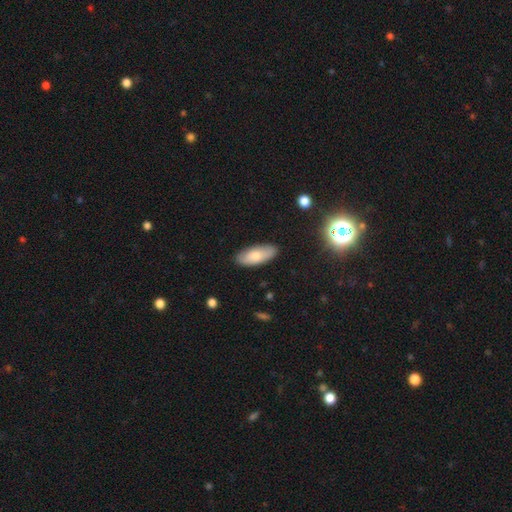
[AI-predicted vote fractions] smooth-or-featured: smooth: 73% | featured or disk: 20% | star or artifact: 7%
  how-rounded: in between: 84% | cigar-shaped: 14% | round: 2%
  merging: none: 84% | minor disturbance: 13% | major disturbance: 2% | merger: 1%